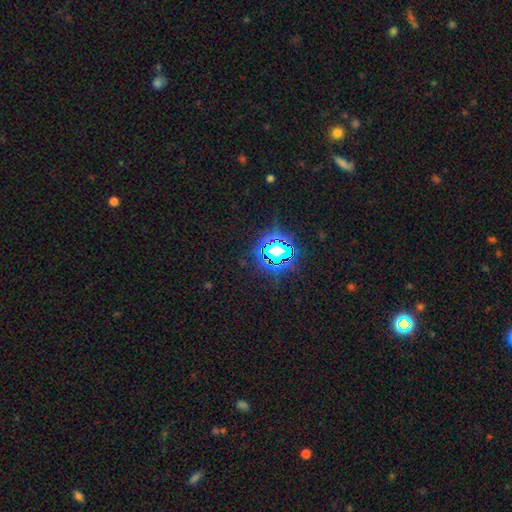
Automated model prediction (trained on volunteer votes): Smooth or featured? star or artifact (81%)